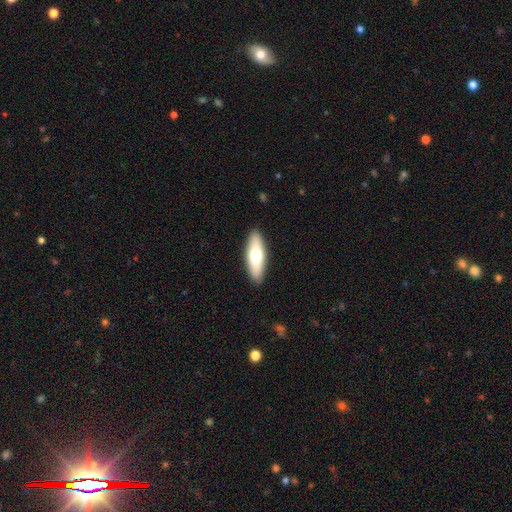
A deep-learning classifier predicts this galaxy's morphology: type=smooth (67%); roundness=in between (54%); merging=none (90%).